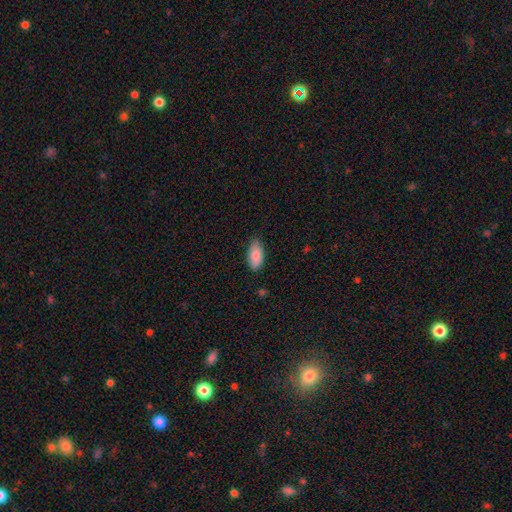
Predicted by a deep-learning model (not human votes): Overall: smooth (87%). How rounded: in between (92%). Merging: none (80%).